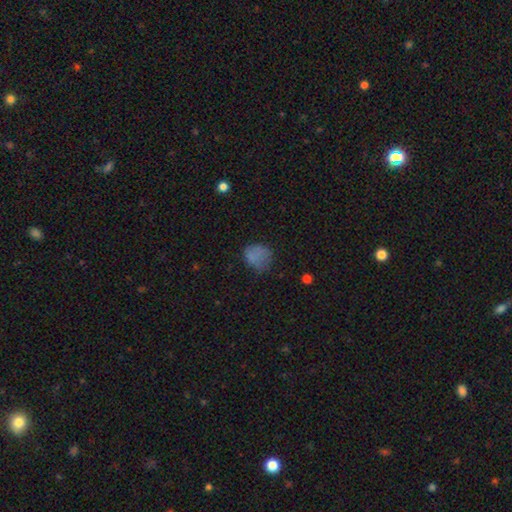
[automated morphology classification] A smooth galaxy with no disk features (74%) that is round (60%). Merging: none (45%).